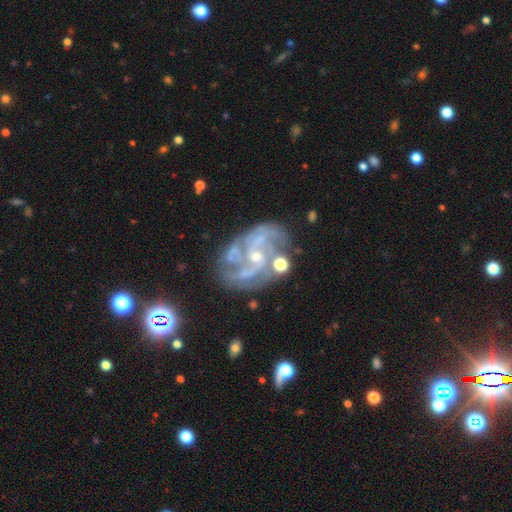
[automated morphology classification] smooth_or_featured: featured or disk (p=0.87) [alt: star or artifact p=0.08]
disk_edge_on: no (p=0.98) [alt: yes p=0.02]
bar: no (p=0.57) [alt: weak p=0.33]
has_spiral_arms: yes (p=0.96) [alt: no p=0.04]
spiral_winding: medium (p=0.50) [alt: tight p=0.32]
spiral_arm_count: 2 (p=0.31) [alt: 3 p=0.26]
bulge_size: small (p=0.70) [alt: moderate p=0.24]
merging: none (p=0.63) [alt: minor disturbance p=0.19]